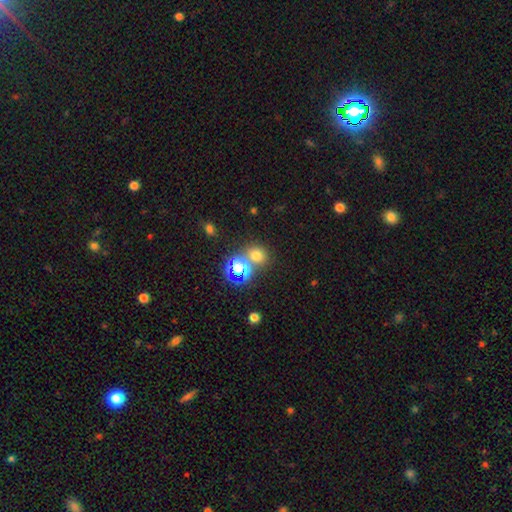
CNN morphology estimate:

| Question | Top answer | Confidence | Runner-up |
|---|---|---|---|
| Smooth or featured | smooth | 65% | star or artifact (28%) |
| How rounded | round | 78% | in between (21%) |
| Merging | none | 66% | merger (22%) |